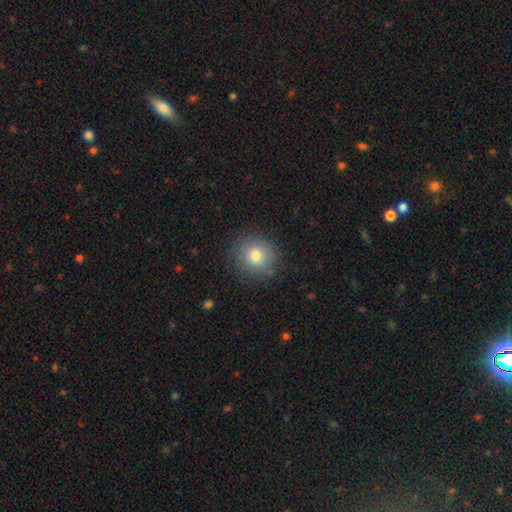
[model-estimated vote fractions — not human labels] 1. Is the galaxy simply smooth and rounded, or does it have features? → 79% smooth, 11% star or artifact, 10% featured or disk.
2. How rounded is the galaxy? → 90% round, 9% in between, 1% cigar-shaped.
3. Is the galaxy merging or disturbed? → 85% none, 10% minor disturbance, 3% major disturbance, 1% merger.